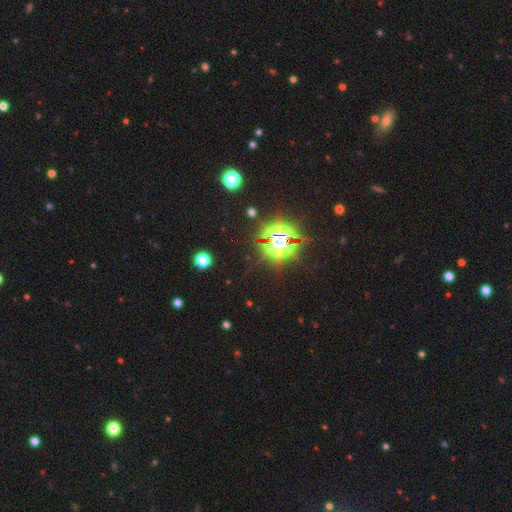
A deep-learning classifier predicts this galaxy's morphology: Smooth or featured? star or artifact (85%)